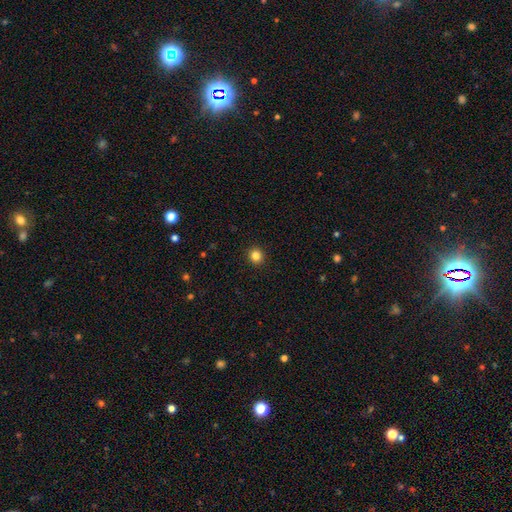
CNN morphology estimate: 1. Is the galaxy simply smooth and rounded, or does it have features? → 84% smooth, 12% star or artifact, 4% featured or disk.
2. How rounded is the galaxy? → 92% round, 7% in between, 1% cigar-shaped.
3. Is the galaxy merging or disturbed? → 93% none, 4% minor disturbance, 2% major disturbance, 1% merger.